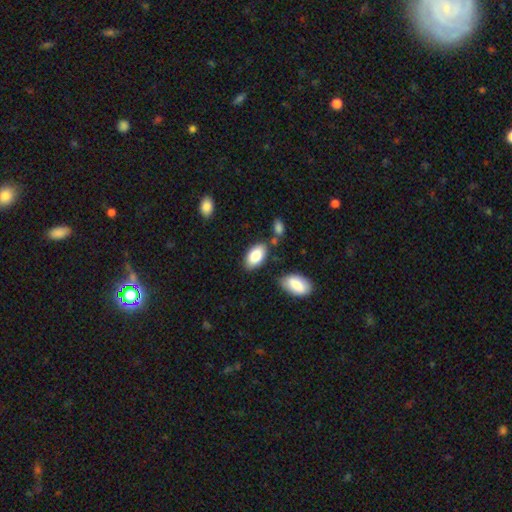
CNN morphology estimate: Smooth or featured?
  - smooth: 82% *
  - featured or disk: 11%
  - star or artifact: 7%
How rounded?
  - in between: 94% *
  - round: 4%
  - cigar-shaped: 2%
Merging?
  - none: 78% *
  - minor disturbance: 13%
  - merger: 6%
  - major disturbance: 3%